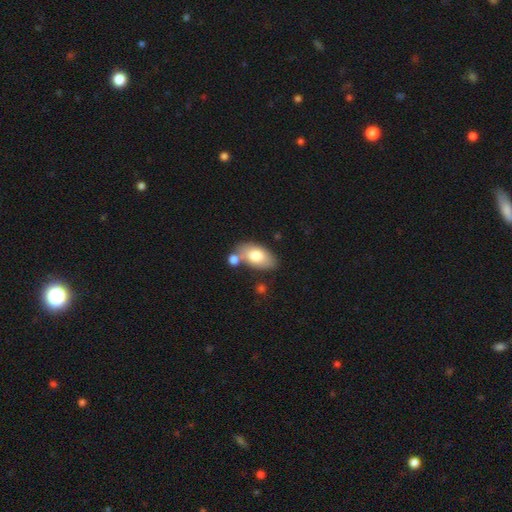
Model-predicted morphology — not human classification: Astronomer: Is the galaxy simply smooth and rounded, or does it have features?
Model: smooth — 76%.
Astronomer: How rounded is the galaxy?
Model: in between — 93%.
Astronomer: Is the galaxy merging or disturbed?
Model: none — 60%.